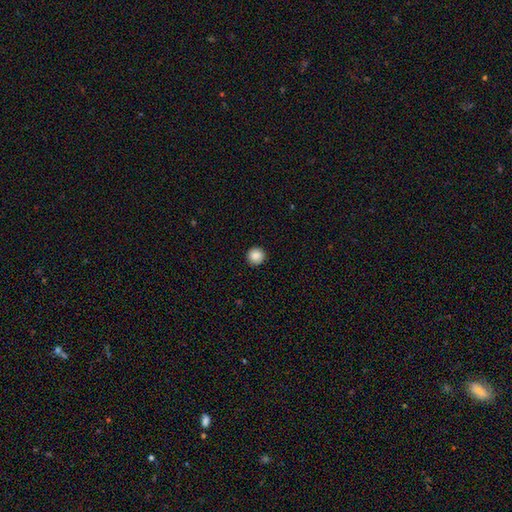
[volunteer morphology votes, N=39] Smooth or featured? smooth (90%)
How rounded? round (100%)
Merging? none (86%)